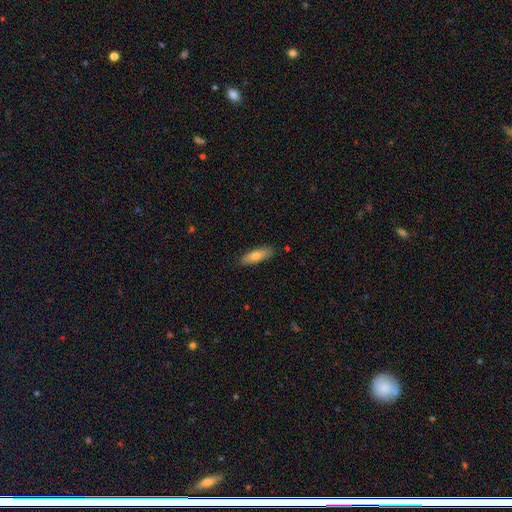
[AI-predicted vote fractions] Smooth or featured: smooth — 73% (featured or disk — 20%)
How rounded: in between — 60% (cigar-shaped — 38%)
Merging: none — 86% (minor disturbance — 11%)